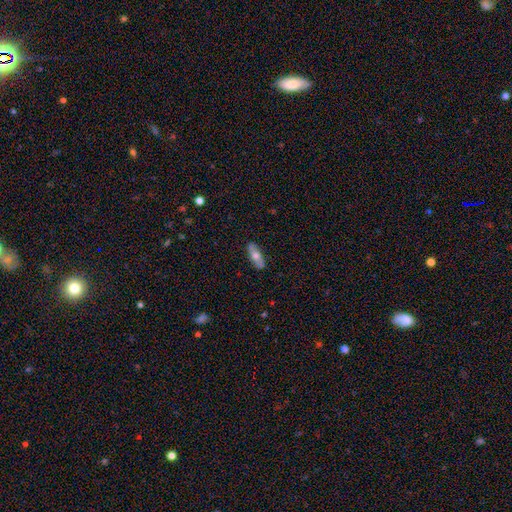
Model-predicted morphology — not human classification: The model was most divided on "smooth or featured": smooth: 58%, featured or disk: 36%, star or artifact: 6%. More confident: merging — none (86%); how rounded — in between (65%).